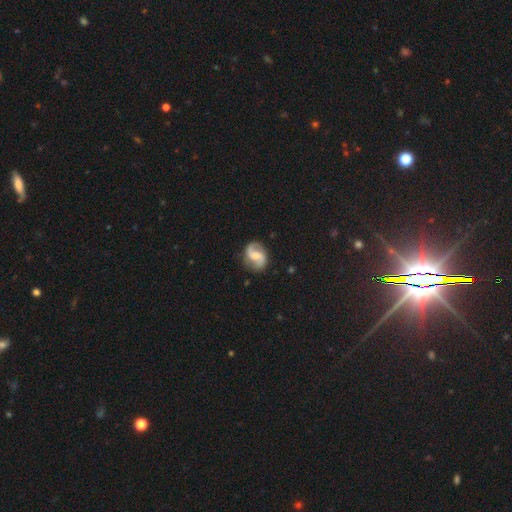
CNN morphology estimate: smooth_or_featured: featured or disk (p=0.85) [alt: smooth p=0.10]
disk_edge_on: no (p=0.98) [alt: yes p=0.02]
bar: weak (p=0.50) [alt: no p=0.32]
has_spiral_arms: yes (p=0.96) [alt: no p=0.04]
spiral_winding: medium (p=0.45) [alt: loose p=0.43]
spiral_arm_count: 2 (p=0.92) [alt: 1 p=0.02]
bulge_size: moderate (p=0.47) [alt: small p=0.36]
merging: none (p=0.82) [alt: minor disturbance p=0.13]